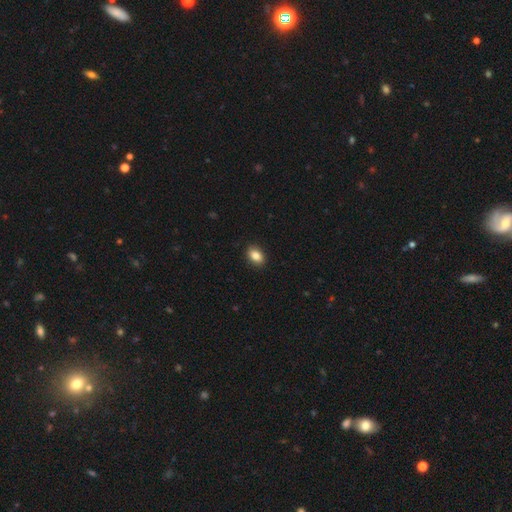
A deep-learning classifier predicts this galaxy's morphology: smooth_or_featured: smooth (p=0.85) [alt: star or artifact p=0.08]
how_rounded: in between (p=0.80) [alt: round p=0.18]
merging: none (p=0.90) [alt: minor disturbance p=0.07]